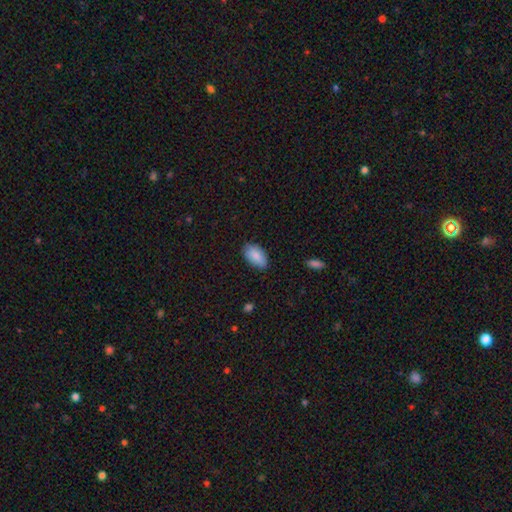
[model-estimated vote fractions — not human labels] Q: Smooth or featured?
A: smooth (87%); runner-up: featured or disk (7%)
Q: How rounded?
A: in between (94%); runner-up: round (4%)
Q: Merging?
A: none (80%); runner-up: minor disturbance (17%)